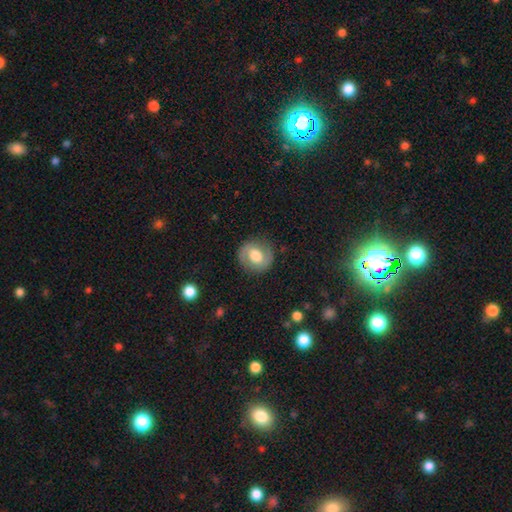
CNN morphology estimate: Smooth or featured? featured or disk (48%)
Merging? none (84%)